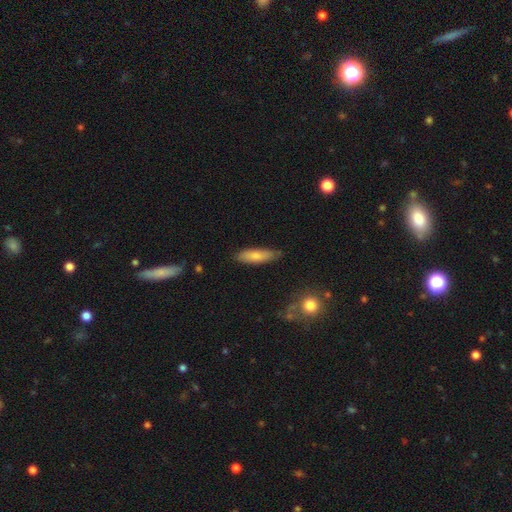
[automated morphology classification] Smooth or featured: smooth — 75% (featured or disk — 19%)
How rounded: cigar-shaped — 58% (in between — 40%)
Merging: none — 80% (minor disturbance — 15%)